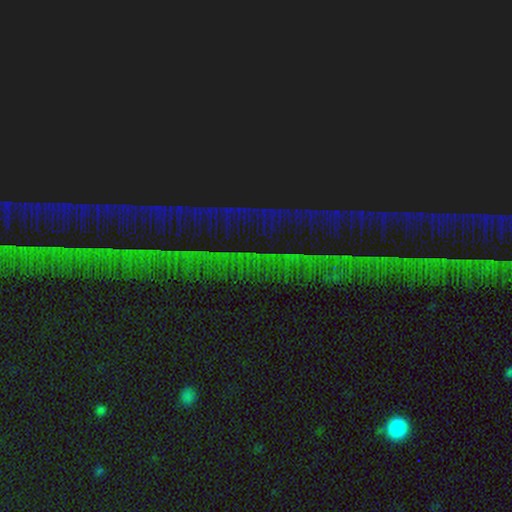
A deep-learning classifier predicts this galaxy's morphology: A star or artifact, not a galaxy (89%).

Vote fractions:
- Smooth or featured? star or artifact: 89% / featured or disk: 6% / smooth: 5%